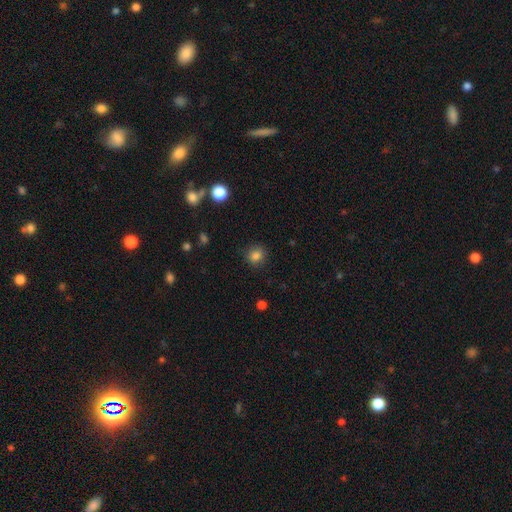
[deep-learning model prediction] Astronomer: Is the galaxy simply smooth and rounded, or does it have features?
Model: smooth — 84%.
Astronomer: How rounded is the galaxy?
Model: round — 85%.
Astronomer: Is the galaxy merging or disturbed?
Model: none — 88%.